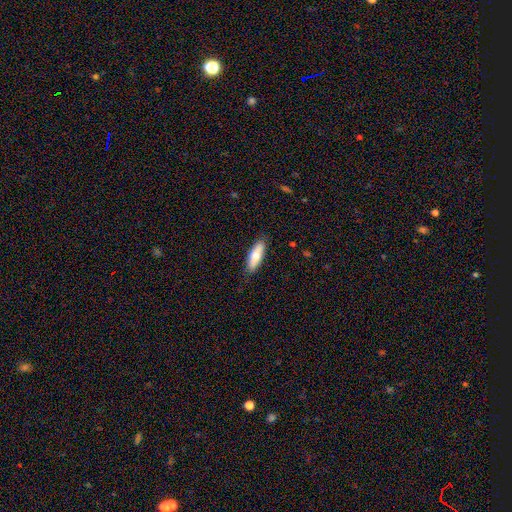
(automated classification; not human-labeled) Morphology: type=smooth (72%); roundness=in between (50%); merging=none (85%).